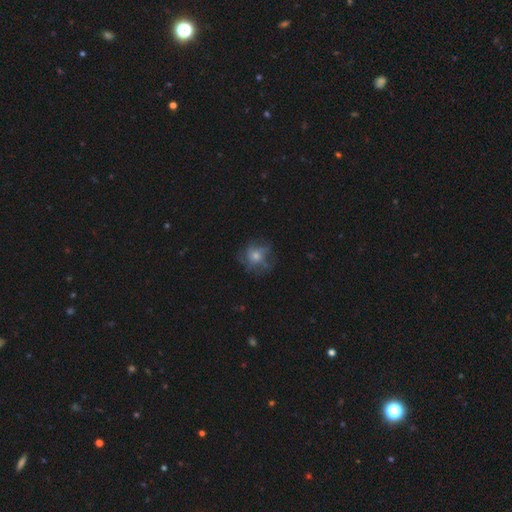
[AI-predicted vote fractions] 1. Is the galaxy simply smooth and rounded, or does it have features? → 44% featured or disk, 40% smooth, 16% star or artifact.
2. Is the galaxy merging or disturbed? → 67% none, 18% minor disturbance, 14% major disturbance, 2% merger.